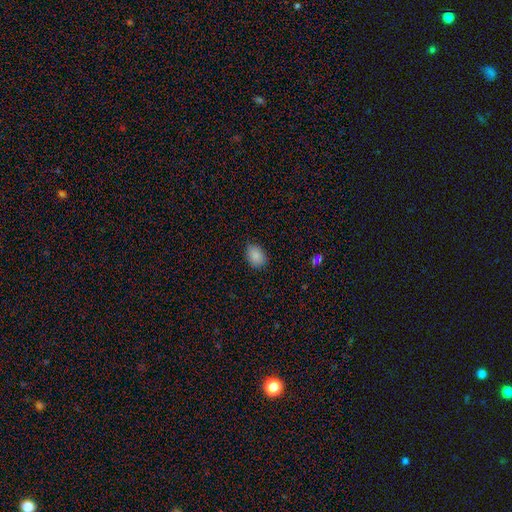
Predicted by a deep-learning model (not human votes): smooth_or_featured: smooth (p=0.88) [alt: star or artifact p=0.09]
how_rounded: in between (p=0.68) [alt: round p=0.31]
merging: none (p=0.77) [alt: minor disturbance p=0.19]